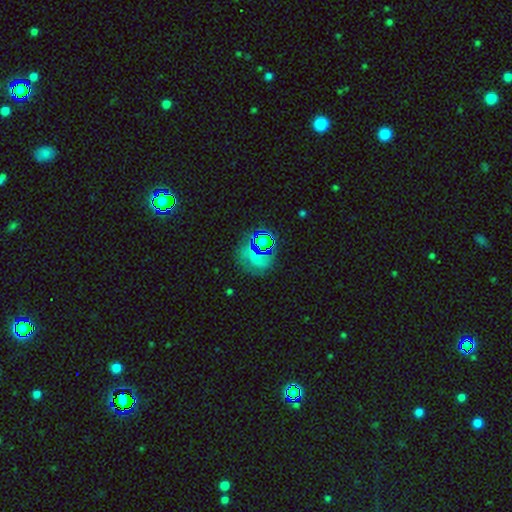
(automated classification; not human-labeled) Smooth or featured?
  - star or artifact: 35% * (tied)
  - smooth: 35% * (tied)
  - featured or disk: 30%